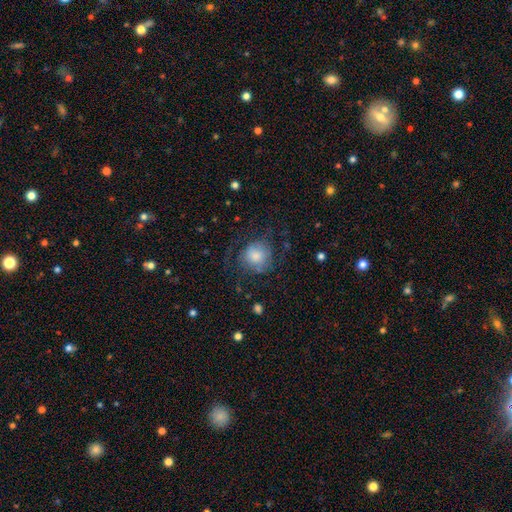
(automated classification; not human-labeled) Q: Smooth or featured?
A: smooth (64%); runner-up: featured or disk (28%)
Q: How rounded?
A: round (83%); runner-up: in between (16%)
Q: Merging?
A: none (52%); runner-up: major disturbance (26%)